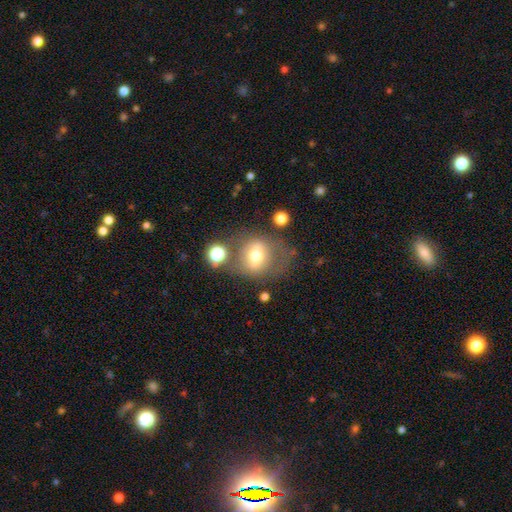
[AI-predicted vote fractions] This appears to be a smooth galaxy with no disk features (50%). Merging: none (56%).